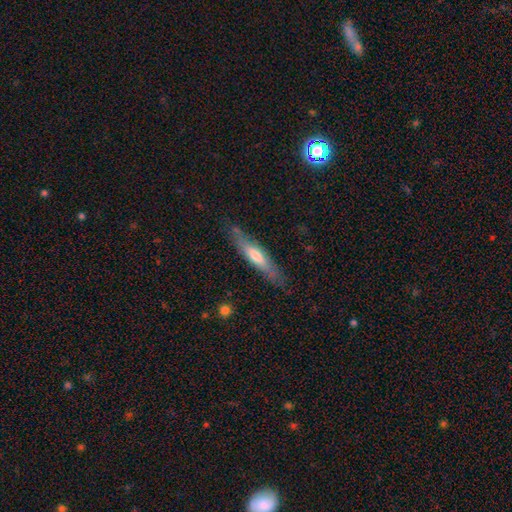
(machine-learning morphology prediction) This appears to be a smooth galaxy with no disk features (52%) that is cigar-shaped (81%). Merging: none (78%).